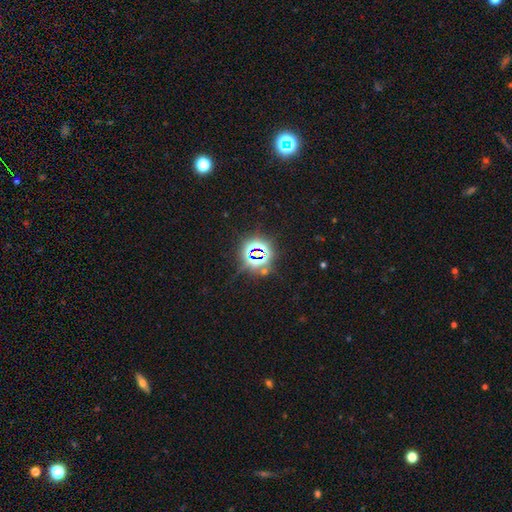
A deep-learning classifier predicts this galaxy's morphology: This appears to be a star or artifact, not a galaxy (79%).